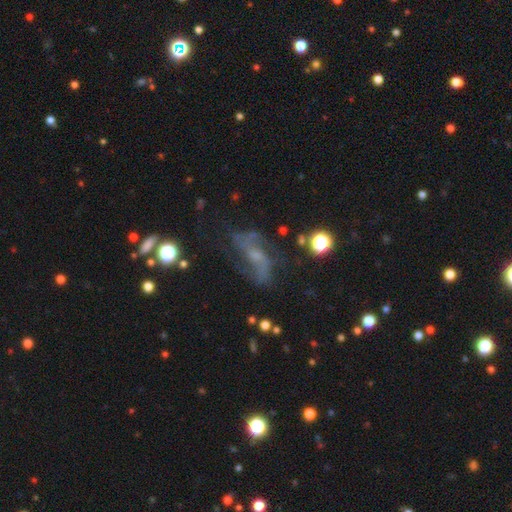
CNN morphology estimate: Q: Smooth or featured?
A: featured or disk (66%); runner-up: smooth (18%)
Q: Edge-on disk?
A: no (91%); runner-up: yes (9%)
Q: Bar?
A: no (52%); runner-up: weak (37%)
Q: Spiral arms?
A: yes (84%); runner-up: no (16%)
Q: Spiral winding?
A: loose (62%); runner-up: medium (28%)
Q: Spiral arm count?
A: 2 (74%); runner-up: can't tell (14%)
Q: Bulge size?
A: small (49%); runner-up: moderate (26%)
Q: Merging?
A: none (57%); runner-up: minor disturbance (20%)